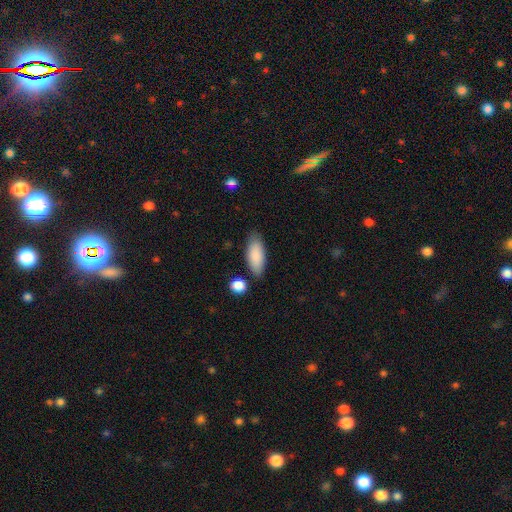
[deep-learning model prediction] This is clearly a smooth galaxy (87%). How rounded: clearly in between (84%). Merging: likely none (76%).